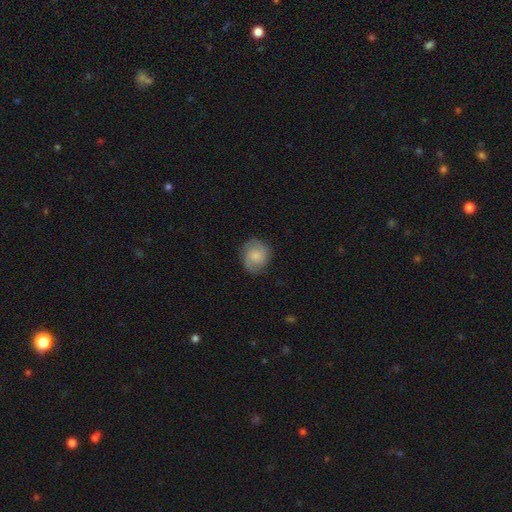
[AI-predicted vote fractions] A featured or disk galaxy (57%) with no bar (70%), 2 (76%) tight (44%) spiral arms (92%) and a small central bulge (51%).

Vote fractions:
- Smooth or featured? featured or disk: 57% / smooth: 36% / star or artifact: 7%
- Edge-on disk? no: 98% / yes: 2%
- Bar? no: 70% / weak: 26% / strong: 4%
- Spiral arms? yes: 92% / no: 8%
- Spiral winding? tight: 44% / medium: 43% / loose: 14%
- Spiral arm count? 2: 76% / can't tell: 11% / 3: 7% / 1: 3% / 4: 2% / more than 4: 2%
- Bulge size? small: 51% / moderate: 32% / none: 12% / large: 4% / dominant: 1%
- Merging? none: 79% / minor disturbance: 15% / major disturbance: 5% / merger: 1%